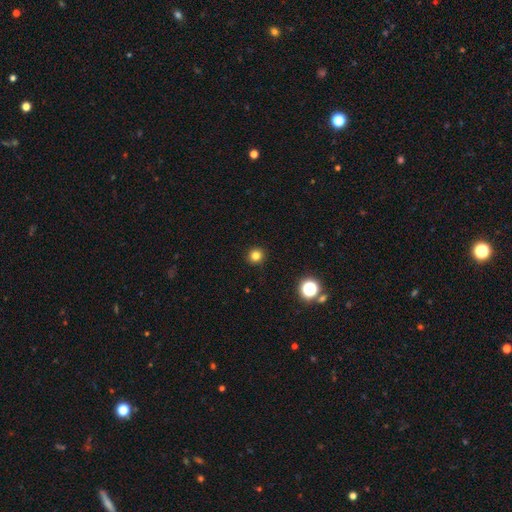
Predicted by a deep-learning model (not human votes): Q: Smooth or featured?
A: smooth (81%); runner-up: star or artifact (15%)
Q: How rounded?
A: round (93%); runner-up: in between (6%)
Q: Merging?
A: none (93%); runner-up: minor disturbance (5%)